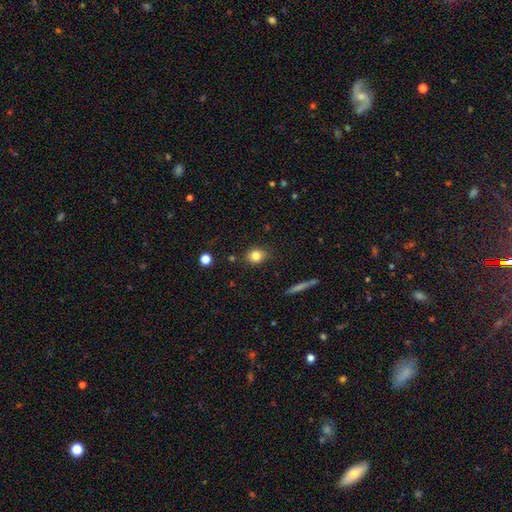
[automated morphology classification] A smooth galaxy with no disk features (82%) that is round (66%). Merging: none (84%).